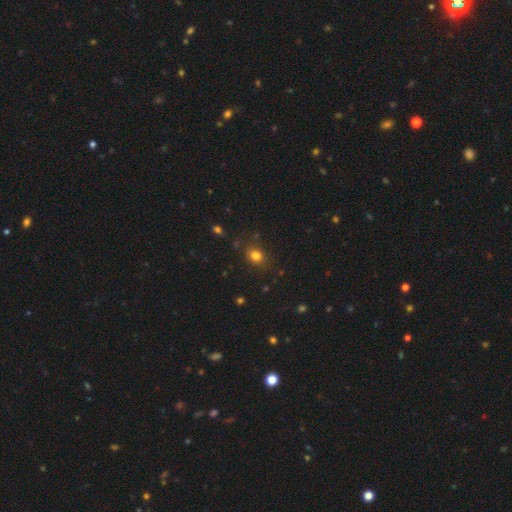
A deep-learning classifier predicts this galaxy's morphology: smooth-or-featured: smooth: 79% | star or artifact: 14% | featured or disk: 6%
  how-rounded: round: 61% | in between: 38% | cigar-shaped: 1%
  merging: none: 80% | minor disturbance: 13% | major disturbance: 4% | merger: 3%